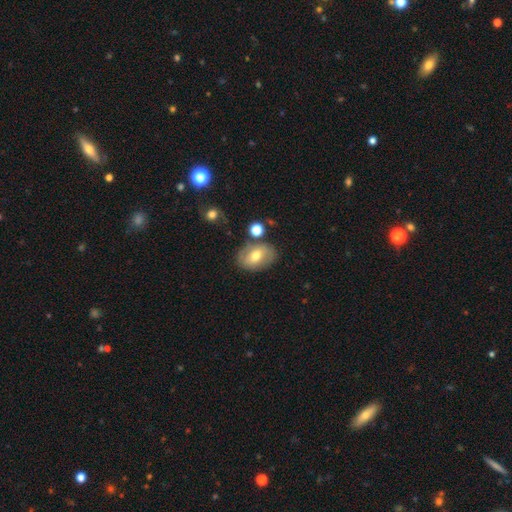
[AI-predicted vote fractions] Smooth or featured?
  - smooth: 52% *
  - featured or disk: 39%
  - star or artifact: 9%
How rounded?
  - in between: 76% *
  - round: 23%
  - cigar-shaped: 1%
Merging?
  - none: 70% *
  - minor disturbance: 17%
  - merger: 8%
  - major disturbance: 5%